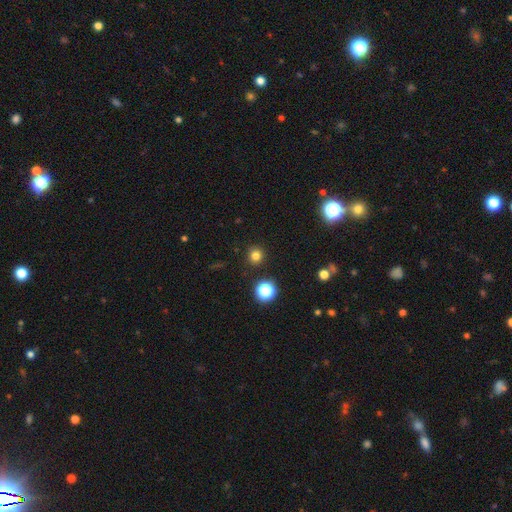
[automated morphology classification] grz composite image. It shows a smooth galaxy with no disk features (78%) that is round (93%). Merging: none (91%).